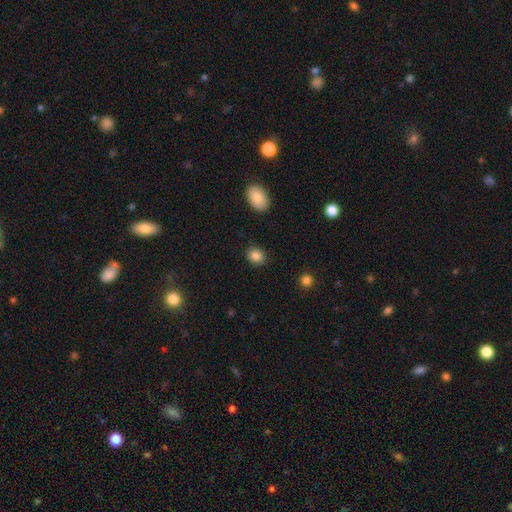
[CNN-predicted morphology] smooth_or_featured: smooth (p=0.86) [alt: star or artifact p=0.09]
how_rounded: round (p=0.57) [alt: in between p=0.42]
merging: none (p=0.88) [alt: minor disturbance p=0.08]